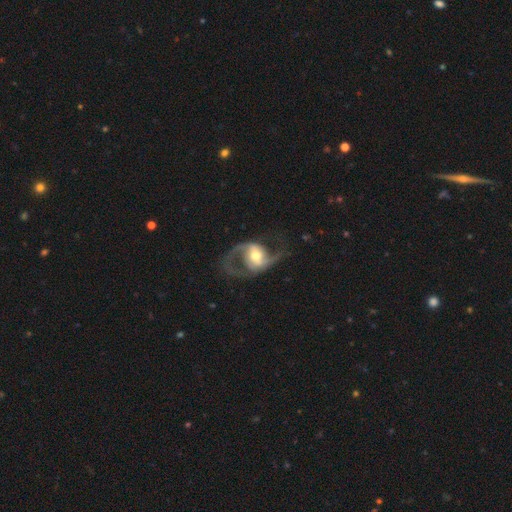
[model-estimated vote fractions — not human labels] Smooth or featured? featured or disk (88%)
Edge-on disk? no (97%)
Bar? weak (38%)
Spiral arms? yes (94%)
Spiral winding? loose (51%)
Spiral arm count? 2 (92%)
Bulge size? moderate (67%)
Merging? none (68%)